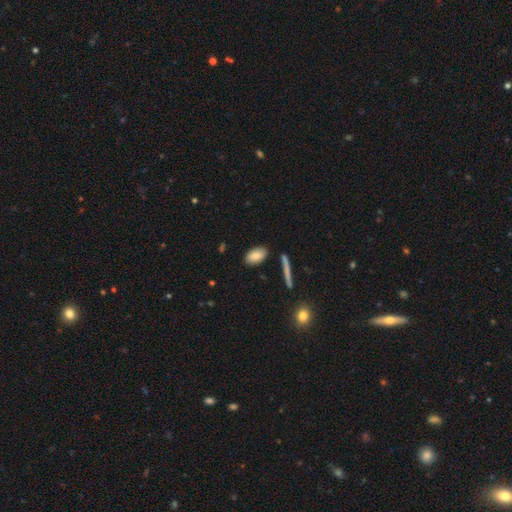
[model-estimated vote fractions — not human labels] A smooth galaxy with no disk features (82%) that is in between round and cigar-shaped (91%). Merging: none (83%).